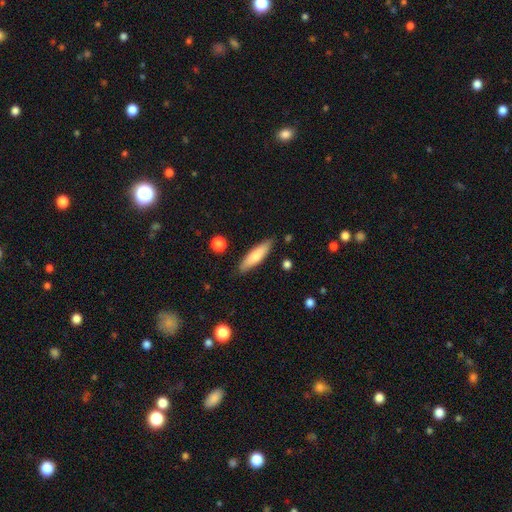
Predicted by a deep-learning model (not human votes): This appears to be a smooth galaxy with no disk features (71%) that is cigar-shaped (67%). Merging: none (85%).